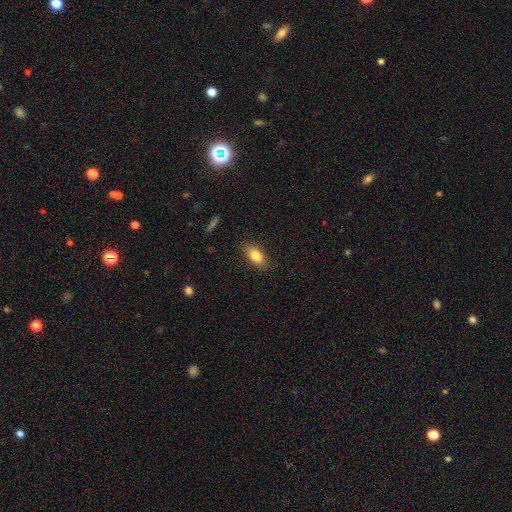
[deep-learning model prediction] Smooth or featured? smooth (82%)
How rounded? in between (87%)
Merging? none (86%)